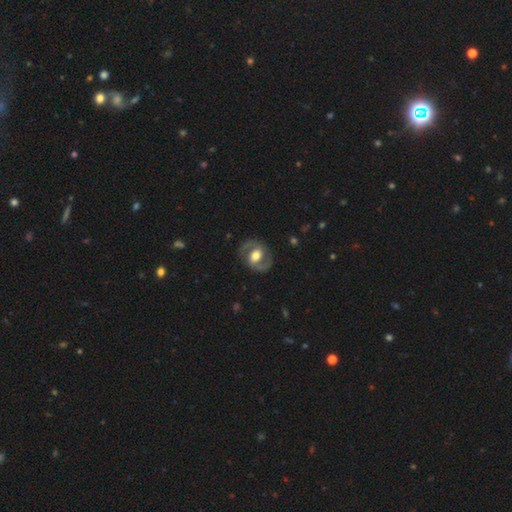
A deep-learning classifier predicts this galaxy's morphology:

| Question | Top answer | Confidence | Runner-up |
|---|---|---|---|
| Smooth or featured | featured or disk | 75% | smooth (20%) |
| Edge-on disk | no | 97% | yes (3%) |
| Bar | weak | 41% | no (35%) |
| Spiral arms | yes | 81% | no (19%) |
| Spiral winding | medium | 54% | tight (27%) |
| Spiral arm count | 2 | 90% | can't tell (5%) |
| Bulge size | moderate | 60% | large (28%) |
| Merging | none | 82% | minor disturbance (11%) |